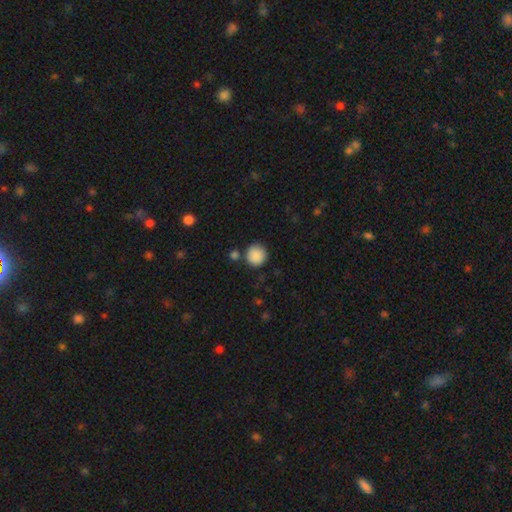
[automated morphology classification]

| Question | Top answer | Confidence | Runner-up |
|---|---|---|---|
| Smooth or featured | smooth | 89% | star or artifact (8%) |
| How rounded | round | 93% | in between (6%) |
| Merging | none | 79% | minor disturbance (11%) |